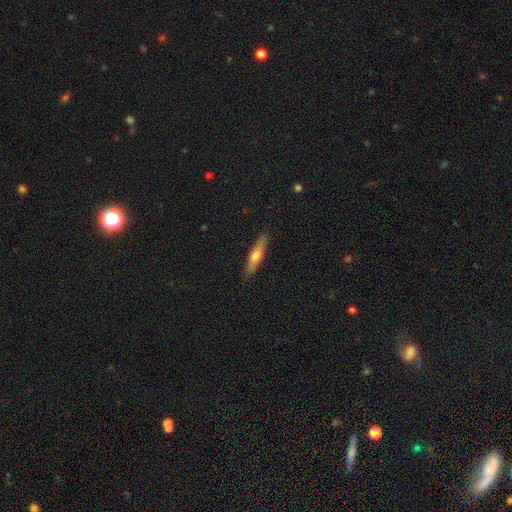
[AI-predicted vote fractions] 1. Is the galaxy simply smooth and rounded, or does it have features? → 52% smooth, 42% featured or disk, 6% star or artifact.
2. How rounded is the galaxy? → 86% cigar-shaped, 12% in between, 2% round.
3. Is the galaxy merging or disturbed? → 89% none, 9% minor disturbance, 2% major disturbance, 1% merger.